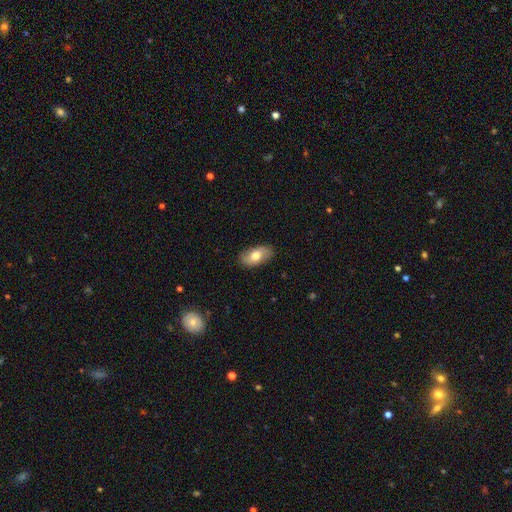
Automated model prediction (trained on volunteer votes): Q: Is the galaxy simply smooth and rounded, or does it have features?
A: smooth — 68%.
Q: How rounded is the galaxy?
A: in between — 93%.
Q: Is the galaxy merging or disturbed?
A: none — 85%.